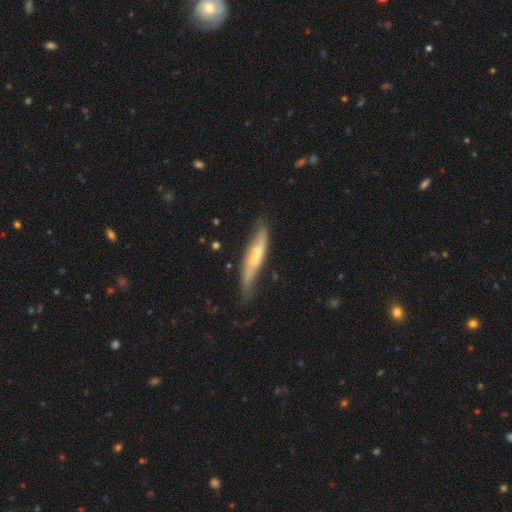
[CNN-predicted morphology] A featured or disk galaxy (54%) viewed edge-on (57%).

Vote fractions:
- Smooth or featured? featured or disk: 54% / smooth: 40% / star or artifact: 6%
- Edge-on disk? yes: 57% / no: 43%
- Merging? none: 58% / minor disturbance: 31% / major disturbance: 9% / merger: 3%